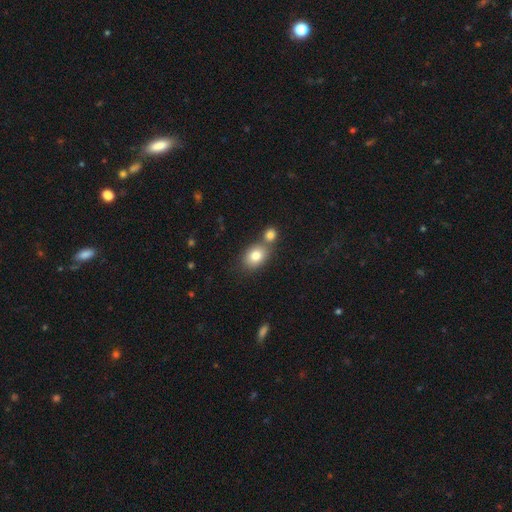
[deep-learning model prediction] Overall: smooth (81%). How rounded: in between (68%; round 31%). Merging: none (49%; merger 38%).